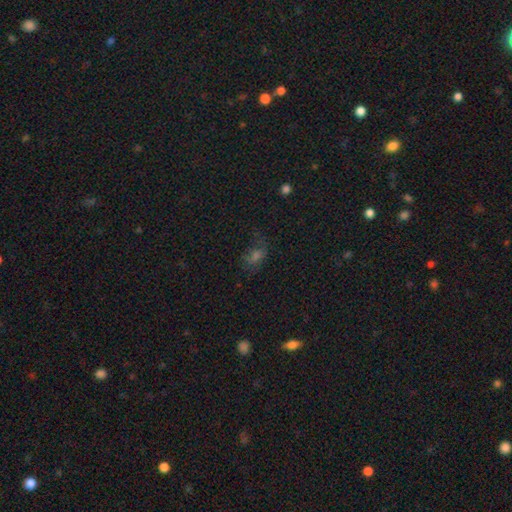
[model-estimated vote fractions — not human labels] smooth 47%, star or artifact 32%, featured or disk 21%. Down the decision tree: merging — none (55%).